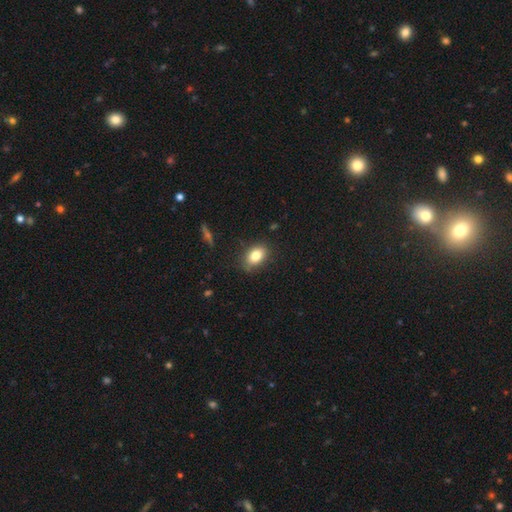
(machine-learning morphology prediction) A smooth galaxy with no disk features (81%) that is in between round and cigar-shaped (80%).

Vote fractions:
- Smooth or featured? smooth: 81% / featured or disk: 9% / star or artifact: 9%
- How rounded? in between: 80% / round: 18% / cigar-shaped: 2%
- Merging? none: 82% / minor disturbance: 14% / major disturbance: 3% / merger: 1%